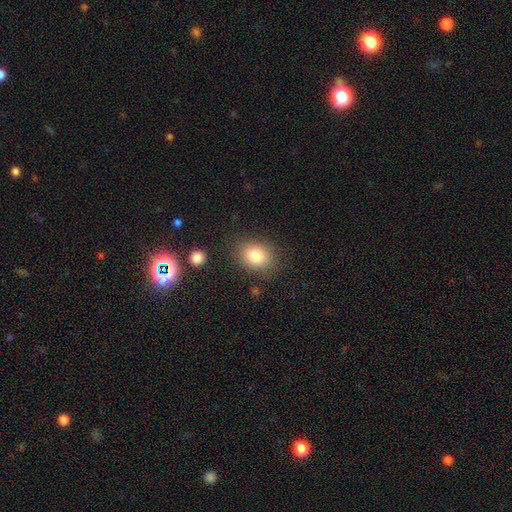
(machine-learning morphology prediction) This is clearly a smooth galaxy (82%). How rounded: possibly in between (52%). Merging: clearly none (80%).